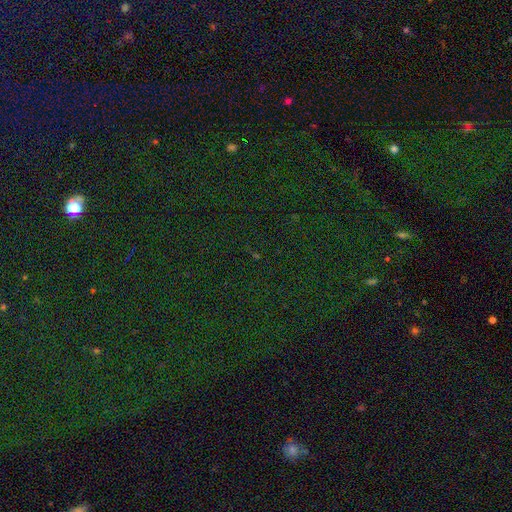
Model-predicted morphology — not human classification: Smooth or featured?
  - star or artifact: 82% *
  - smooth: 11%
  - featured or disk: 8%